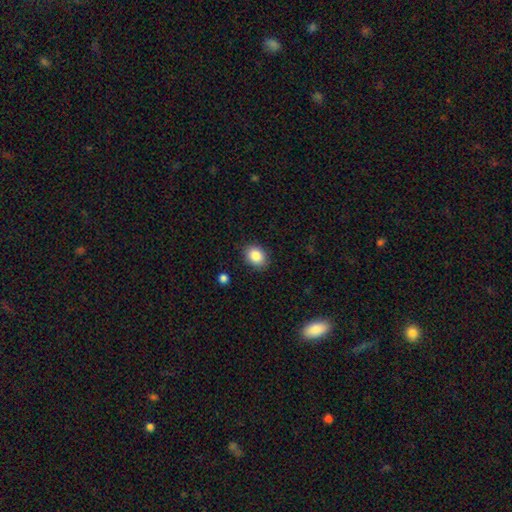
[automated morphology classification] Smooth or featured? smooth (86%)
How rounded? in between (61%)
Merging? none (86%)